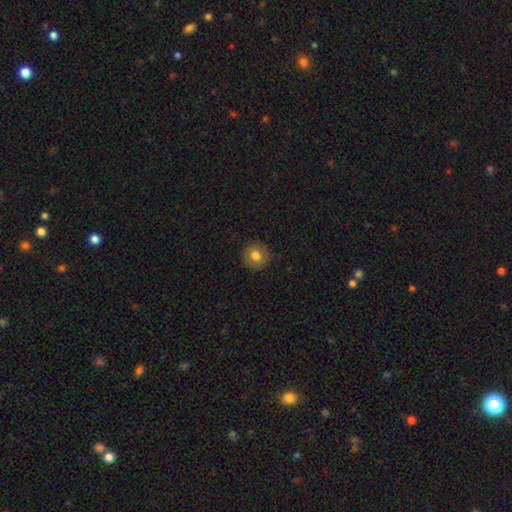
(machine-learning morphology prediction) Smooth or featured? Predicted: smooth (p=0.79). How rounded? Predicted: round (p=0.93). Merging? Predicted: none (p=0.90).